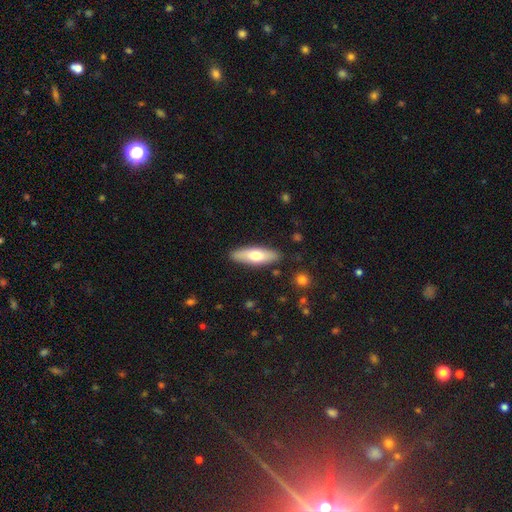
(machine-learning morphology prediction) This appears to be a smooth galaxy with no disk features (65%) that is in between round and cigar-shaped (50%). Merging: none (88%).